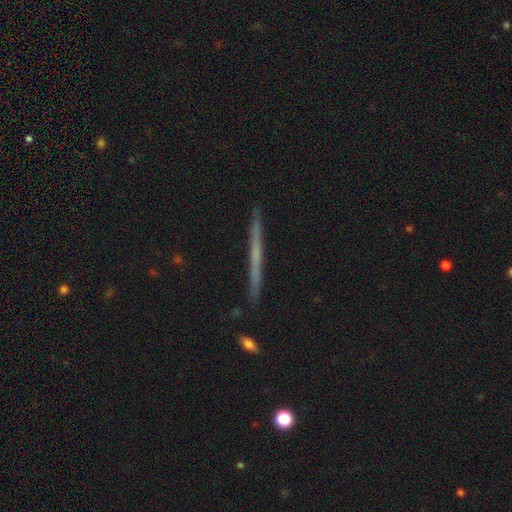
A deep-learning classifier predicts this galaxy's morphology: smooth_or_featured: featured or disk (p=0.56) [alt: smooth p=0.36]
disk_edge_on: yes (p=0.97) [alt: no p=0.03]
edge_on_bulge: none (p=0.84) [alt: rounded p=0.12]
merging: none (p=0.90) [alt: minor disturbance p=0.07]